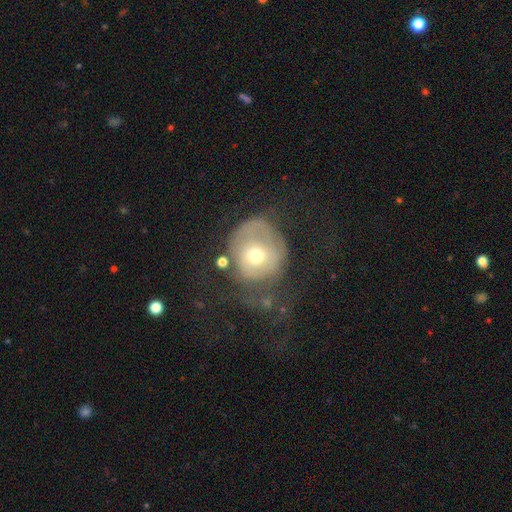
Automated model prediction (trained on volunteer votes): Q: Smooth or featured?
A: smooth (51%); runner-up: featured or disk (40%)
Q: How rounded?
A: round (76%); runner-up: in between (23%)
Q: Merging?
A: major disturbance (41%); runner-up: none (32%)